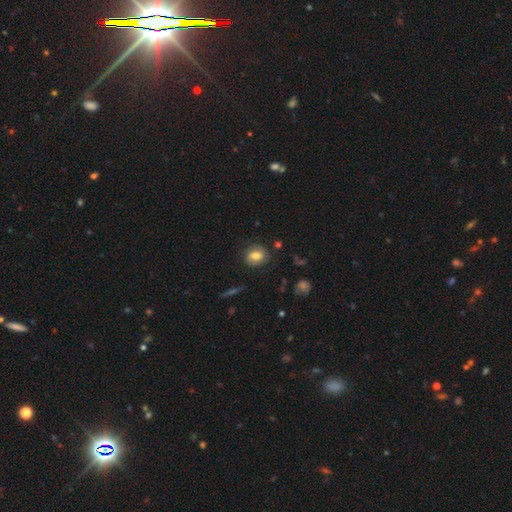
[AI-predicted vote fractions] Q: Smooth or featured?
A: smooth (68%); runner-up: featured or disk (22%)
Q: How rounded?
A: in between (56%); runner-up: round (42%)
Q: Merging?
A: none (78%); runner-up: minor disturbance (15%)